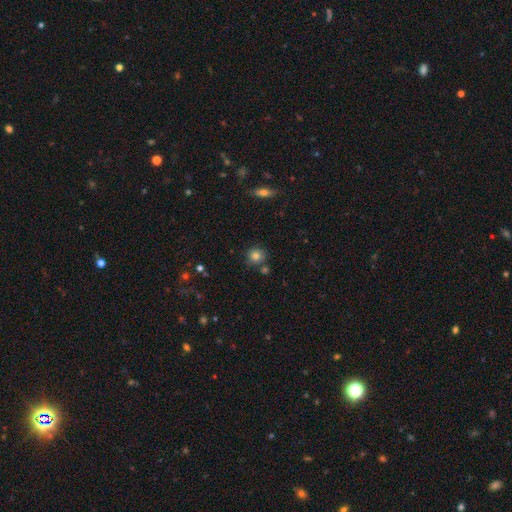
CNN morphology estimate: This is clearly a smooth galaxy (82%). How rounded: clearly round (88%). Merging: likely none (77%).